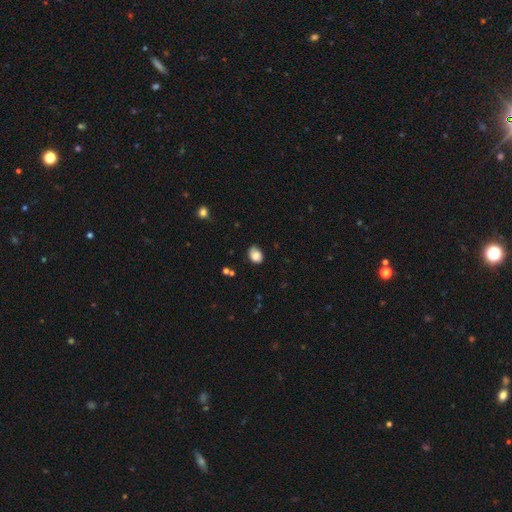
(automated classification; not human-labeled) Morphology: type=smooth (84%); roundness=in between (66%); merging=none (73%).